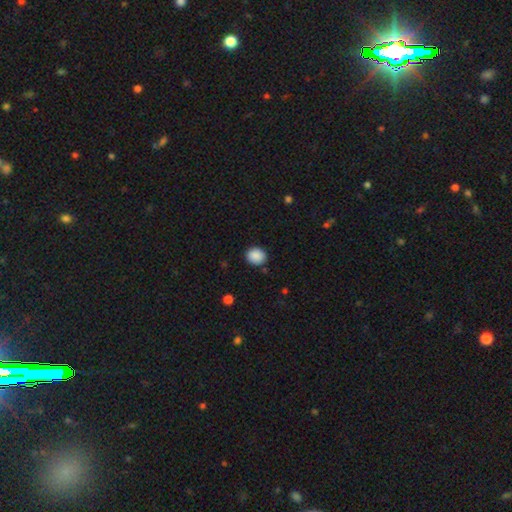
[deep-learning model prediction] Smooth or featured: smooth — 89% (star or artifact — 8%)
How rounded: round — 69% (in between — 30%)
Merging: none — 88% (minor disturbance — 9%)